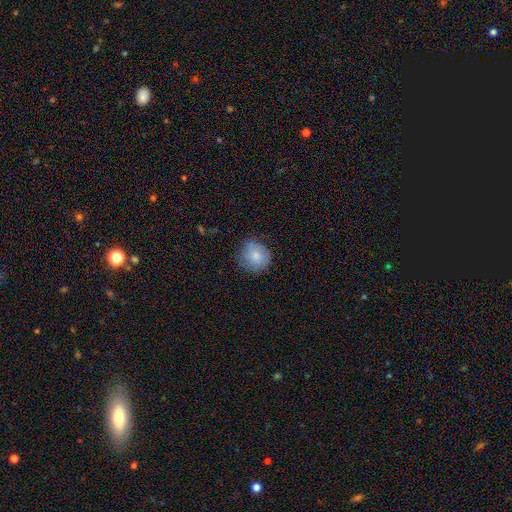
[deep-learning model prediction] The model was most divided on "merging": none: 76%, minor disturbance: 18%, major disturbance: 4%, merger: 1%. More confident: how rounded — round (90%); smooth or featured — smooth (76%).